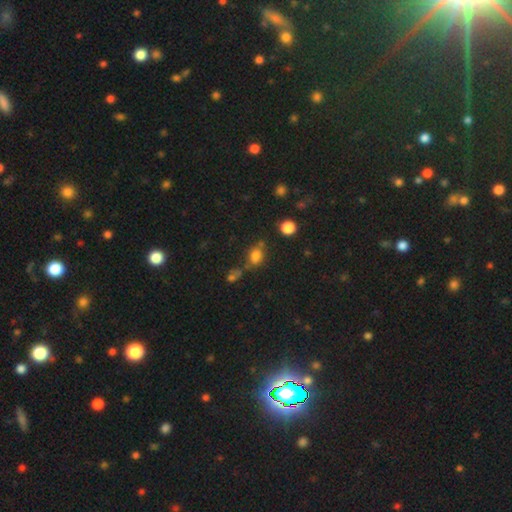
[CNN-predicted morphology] This appears to be a smooth galaxy with no disk features (74%) that is in between round and cigar-shaped (59%). Merging: none (56%).